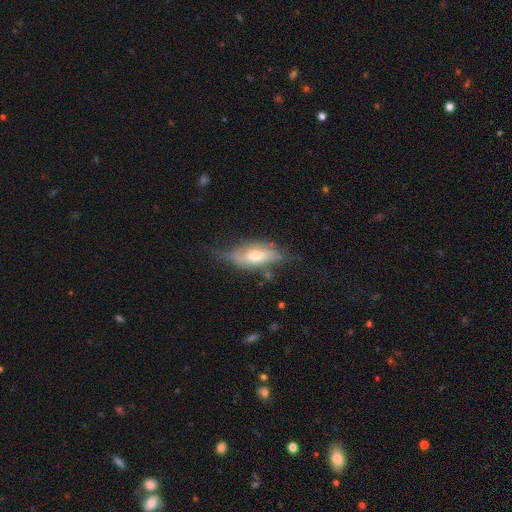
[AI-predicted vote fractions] smooth_or_featured: featured or disk (p=0.52) [alt: smooth p=0.40]
disk_edge_on: no (p=0.53) [alt: yes p=0.47]
merging: none (p=0.50) [alt: minor disturbance p=0.32]